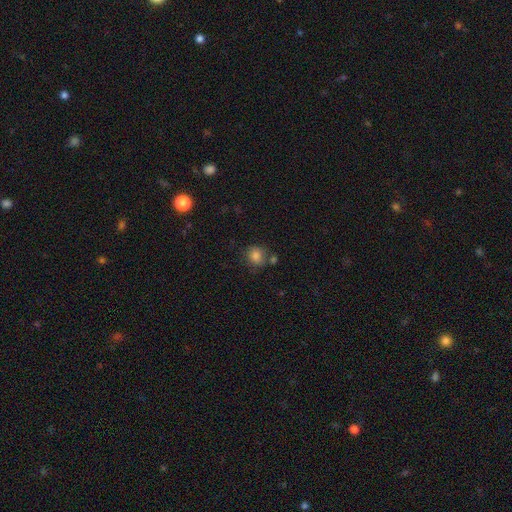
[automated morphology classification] The model was most divided on "how rounded": round: 74%, in between: 25%, cigar-shaped: 1%. More confident: smooth or featured — smooth (82%); merging — none (66%).